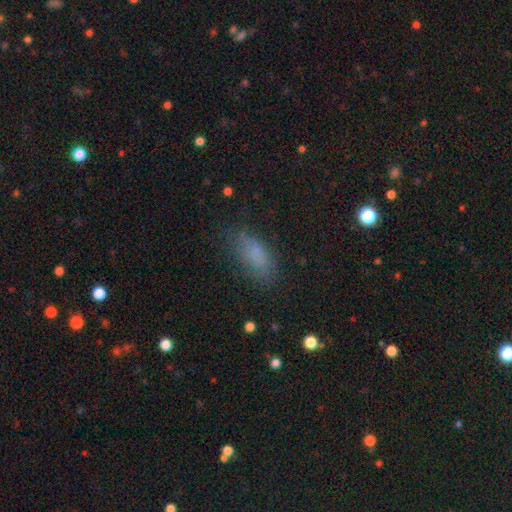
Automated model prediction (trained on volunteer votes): This is likely a smooth galaxy (75%). How rounded: clearly in between (81%). Merging: likely none (69%).